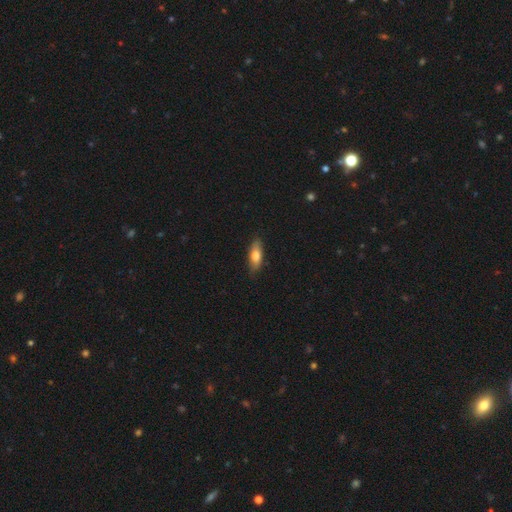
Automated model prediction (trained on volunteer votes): Smooth or featured: smooth — 74% (featured or disk — 20%)
How rounded: in between — 69% (cigar-shaped — 28%)
Merging: none — 85% (minor disturbance — 12%)